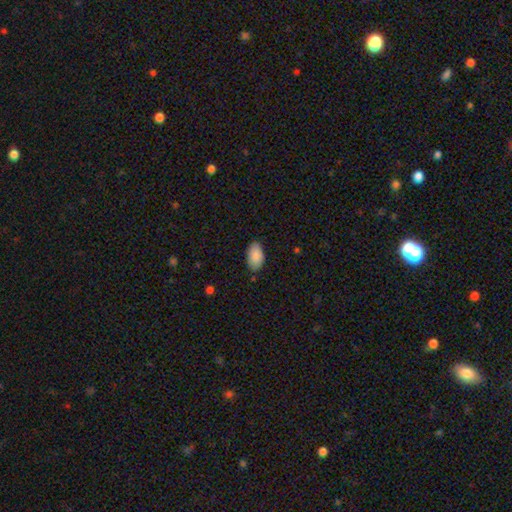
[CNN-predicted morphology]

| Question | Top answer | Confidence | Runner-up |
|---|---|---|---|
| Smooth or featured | smooth | 88% | star or artifact (6%) |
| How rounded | in between | 95% | round (4%) |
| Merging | none | 82% | minor disturbance (14%) |